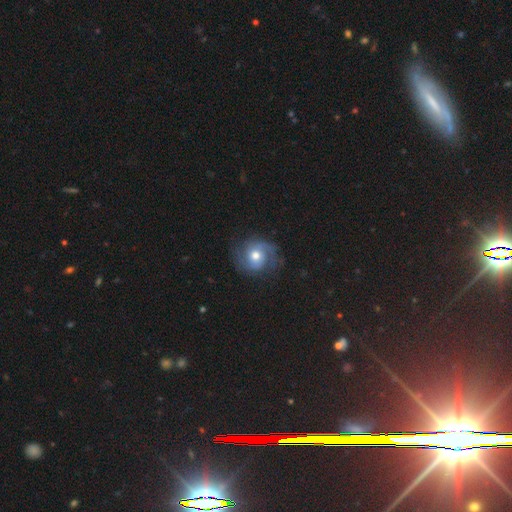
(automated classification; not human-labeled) This appears to be a featured or disk galaxy (75%) with no bar (71%), 2 (76%) medium (46%) spiral arms (93%) and a moderate central bulge (73%). Merging: none (72%).